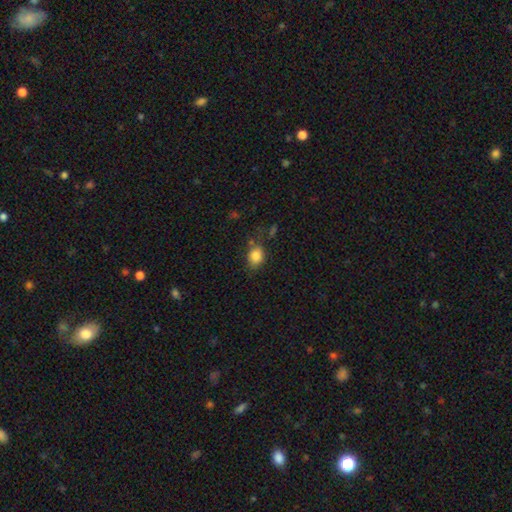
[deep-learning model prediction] A smooth galaxy with no disk features (84%) that is in between round and cigar-shaped (55%).

Vote fractions:
- Smooth or featured? smooth: 84% / star or artifact: 10% / featured or disk: 7%
- How rounded? in between: 55% / round: 44% / cigar-shaped: 1%
- Merging? none: 67% / minor disturbance: 20% / major disturbance: 7% / merger: 6%